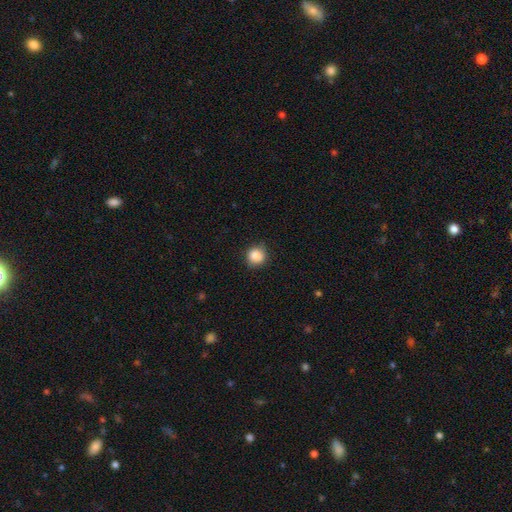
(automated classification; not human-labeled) A smooth galaxy with no disk features (87%) that is round (87%).

Vote fractions:
- Smooth or featured? smooth: 87% / star or artifact: 9% / featured or disk: 4%
- How rounded? round: 87% / in between: 12% / cigar-shaped: 1%
- Merging? none: 82% / minor disturbance: 14% / major disturbance: 3% / merger: 1%